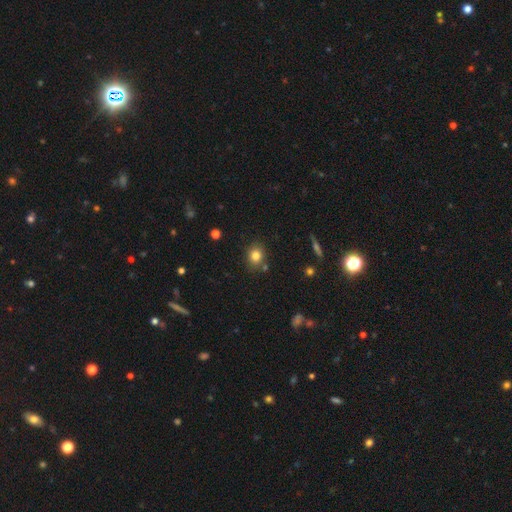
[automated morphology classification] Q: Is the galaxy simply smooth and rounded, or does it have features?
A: smooth — 81%.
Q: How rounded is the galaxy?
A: round — 69%.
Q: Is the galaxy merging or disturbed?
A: none — 80%.